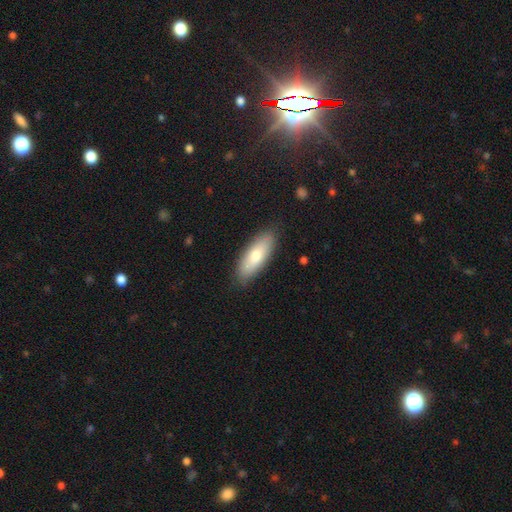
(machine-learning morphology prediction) This appears to be a smooth galaxy with no disk features (73%) that is in between round and cigar-shaped (67%). Merging: none (86%).